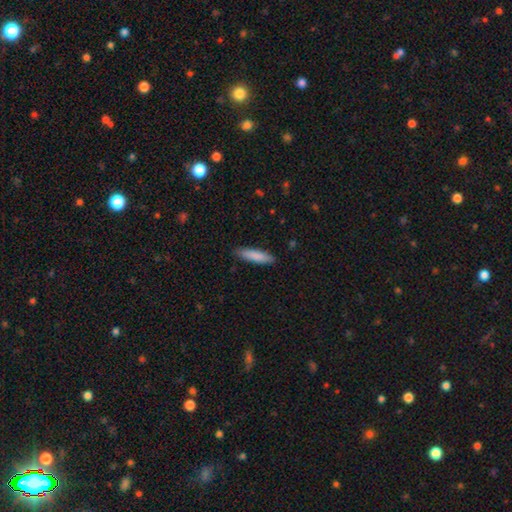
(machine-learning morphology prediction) Smooth or featured: smooth — 85% (featured or disk — 9%)
How rounded: cigar-shaped — 75% (in between — 23%)
Merging: none — 88% (minor disturbance — 9%)